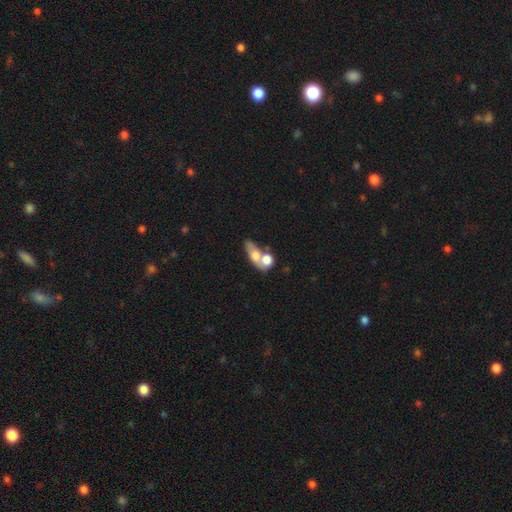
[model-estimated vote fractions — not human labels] smooth_or_featured: smooth (p=0.62) [alt: featured or disk p=0.29]
how_rounded: in between (p=0.71) [alt: round p=0.20]
merging: merger (p=0.61) [alt: none p=0.23]